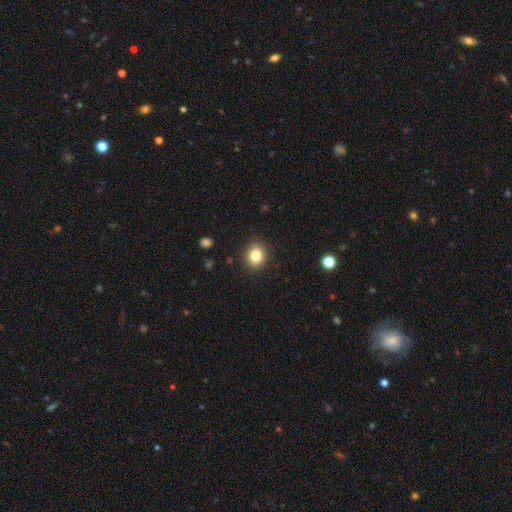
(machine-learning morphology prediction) The model was most divided on "how rounded": round: 73%, in between: 26%, cigar-shaped: 1%. More confident: merging — none (90%); smooth or featured — smooth (82%).